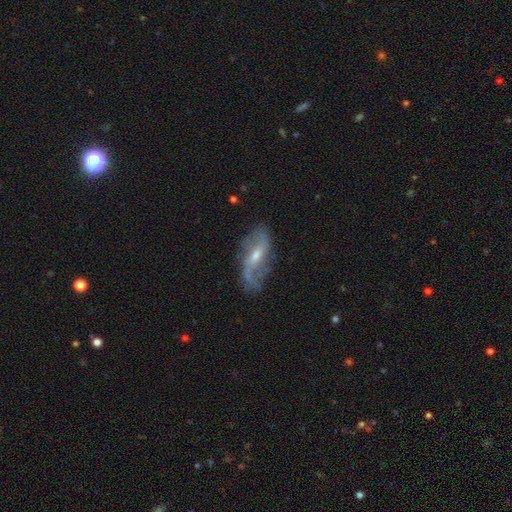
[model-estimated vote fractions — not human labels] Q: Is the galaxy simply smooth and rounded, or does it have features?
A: featured or disk — 82%.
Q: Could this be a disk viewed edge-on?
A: no — 92%.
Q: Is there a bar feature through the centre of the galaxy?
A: weak — 49%.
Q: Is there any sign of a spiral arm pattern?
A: yes — 92%.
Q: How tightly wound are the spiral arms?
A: loose — 65%.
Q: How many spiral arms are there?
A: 2 — 80%.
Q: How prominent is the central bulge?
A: moderate — 47%, tied with small.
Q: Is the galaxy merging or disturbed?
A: none — 69%.